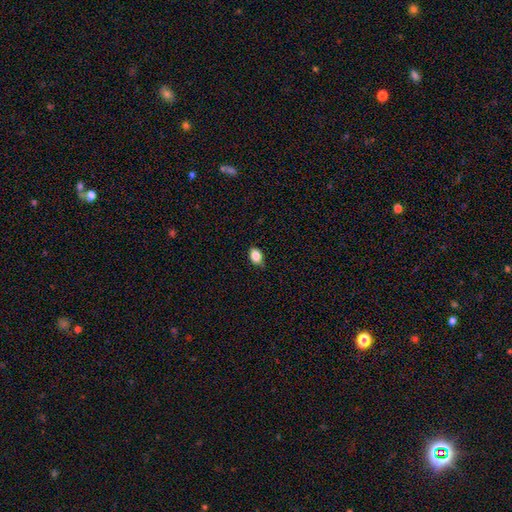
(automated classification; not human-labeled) Smooth or featured? Predicted: smooth (p=0.85). How rounded? Predicted: in between (p=0.76). Merging? Predicted: none (p=0.79).